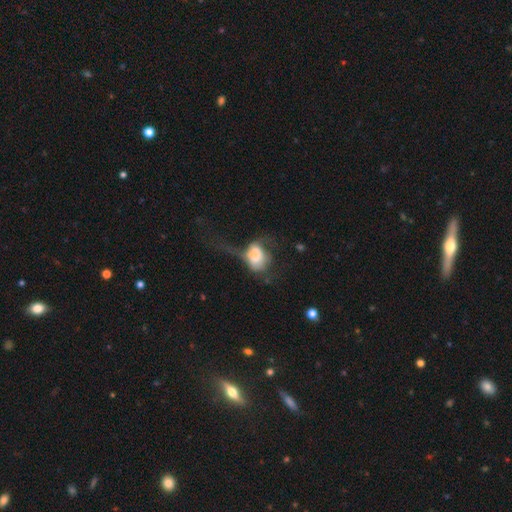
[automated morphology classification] Overall: smooth (54%; featured or disk 37%). How rounded: in between (69%; round 30%). Merging: major disturbance (60%).